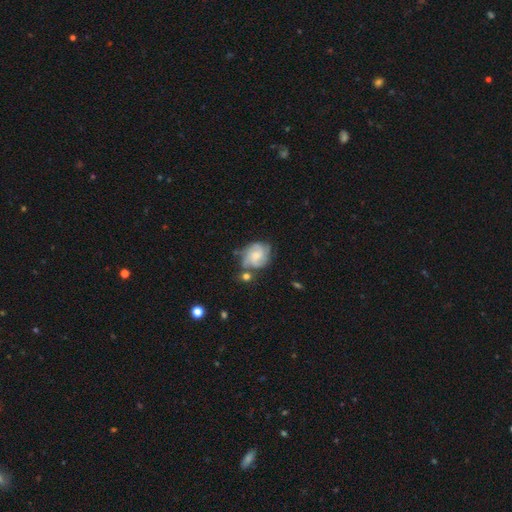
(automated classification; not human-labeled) Smooth or featured? featured or disk (66%)
Edge-on disk? no (98%)
Bar? no (67%)
Spiral arms? yes (90%)
Spiral winding? tight (46%)
Spiral arm count? 3 (37%)
Bulge size? small (46%)
Merging? none (59%)